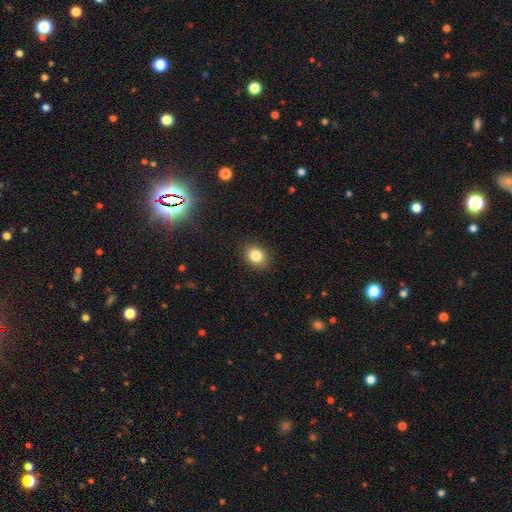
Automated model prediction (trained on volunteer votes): Smooth or featured? Predicted: smooth (p=0.84). How rounded? Predicted: in between (p=0.53). Merging? Predicted: none (p=0.88).